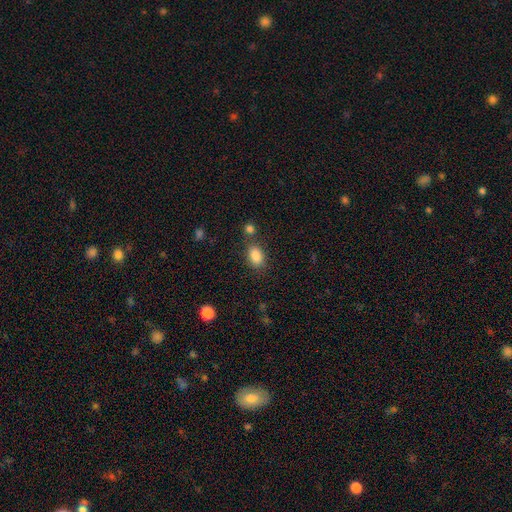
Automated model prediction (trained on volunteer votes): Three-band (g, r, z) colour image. It shows a smooth galaxy with no disk features (86%) that is in between round and cigar-shaped (83%). Merging: none (73%).